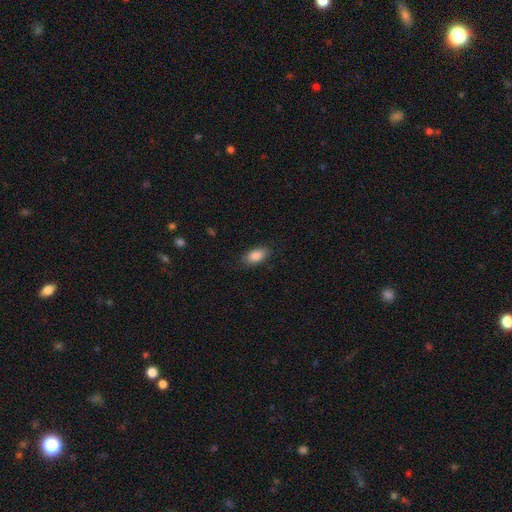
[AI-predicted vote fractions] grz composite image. It shows a smooth galaxy with no disk features (87%) that is in between round and cigar-shaped (92%). Merging: none (84%).